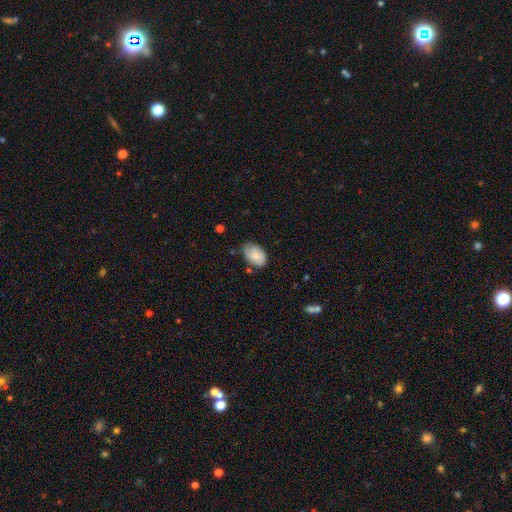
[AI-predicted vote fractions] This appears to be a smooth galaxy with no disk features (70%) that is in between round and cigar-shaped (86%). Merging: none (60%).